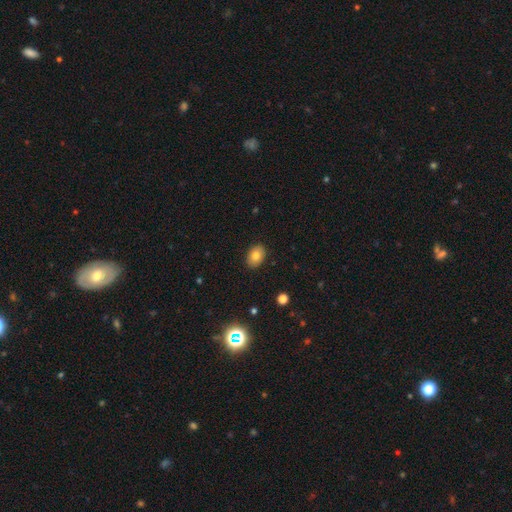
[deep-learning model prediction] Morphology: type=smooth (81%); roundness=in between (77%); merging=none (89%).